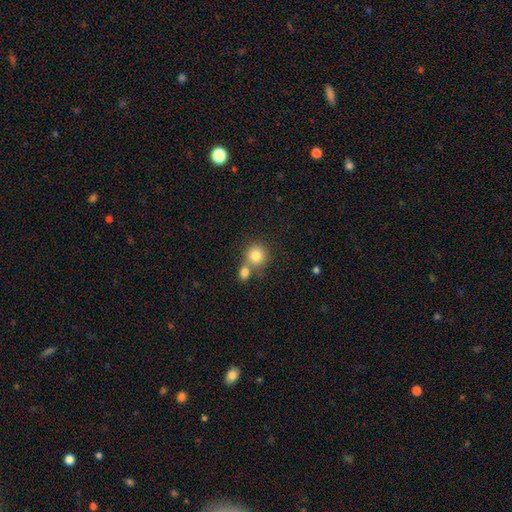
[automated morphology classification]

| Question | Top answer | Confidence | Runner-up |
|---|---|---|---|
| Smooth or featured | smooth | 82% | star or artifact (10%) |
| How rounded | round | 89% | in between (10%) |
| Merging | none | 51% | merger (38%) |